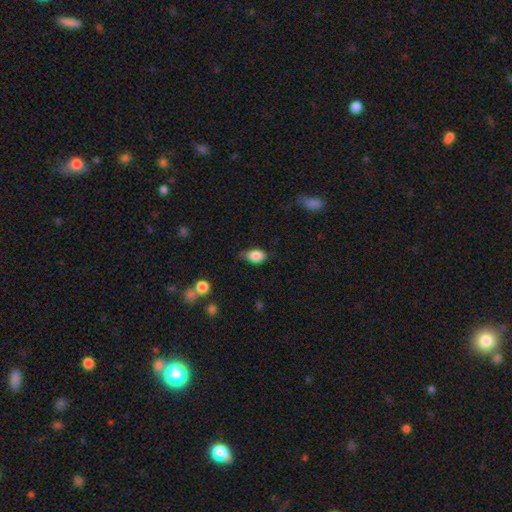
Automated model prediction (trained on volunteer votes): The model was most divided on "merging": none: 58%, minor disturbance: 32%, major disturbance: 7%, merger: 2%. More confident: how rounded — in between (85%); smooth or featured — smooth (85%).